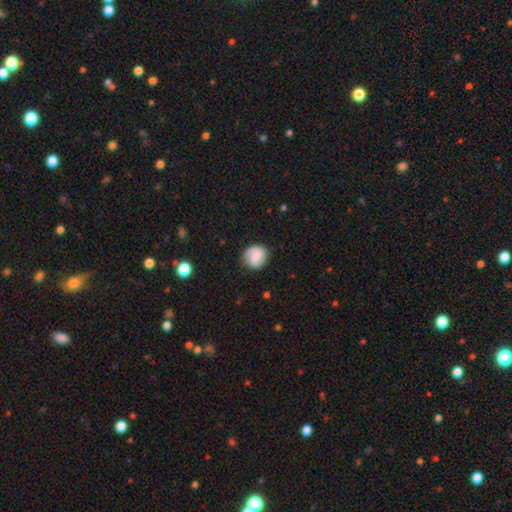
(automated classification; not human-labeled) A smooth galaxy with no disk features (56%) that is round (81%).

Vote fractions:
- Smooth or featured? smooth: 56% / featured or disk: 36% / star or artifact: 8%
- How rounded? round: 81% / in between: 18% / cigar-shaped: 1%
- Merging? none: 76% / minor disturbance: 17% / major disturbance: 6% / merger: 1%